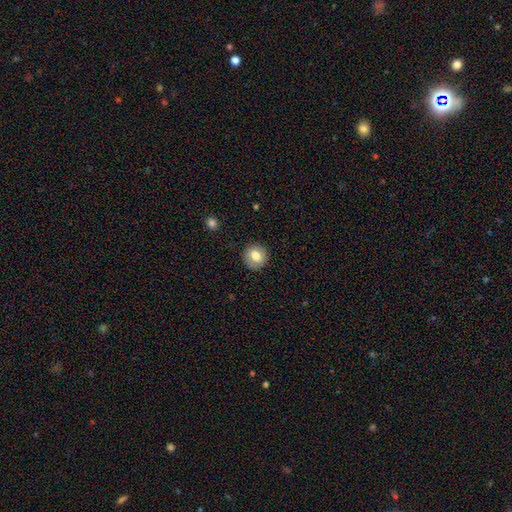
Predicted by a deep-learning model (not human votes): Smooth or featured?
  - smooth: 78% *
  - featured or disk: 14%
  - star or artifact: 8%
How rounded?
  - round: 89% *
  - in between: 10%
  - cigar-shaped: 1%
Merging?
  - none: 89% *
  - minor disturbance: 8%
  - major disturbance: 2%
  - merger: 1%